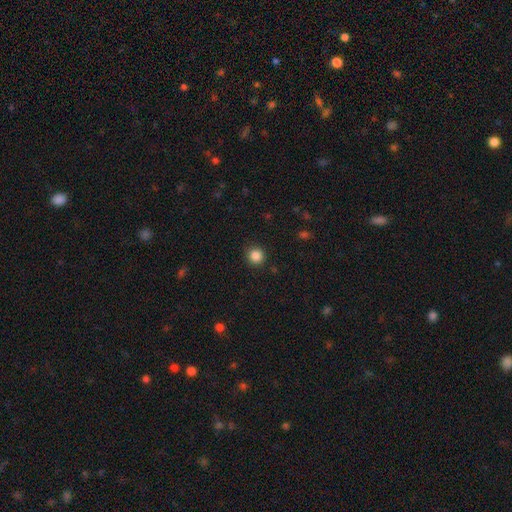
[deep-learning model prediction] Smooth or featured? smooth (86%)
How rounded? round (93%)
Merging? none (91%)